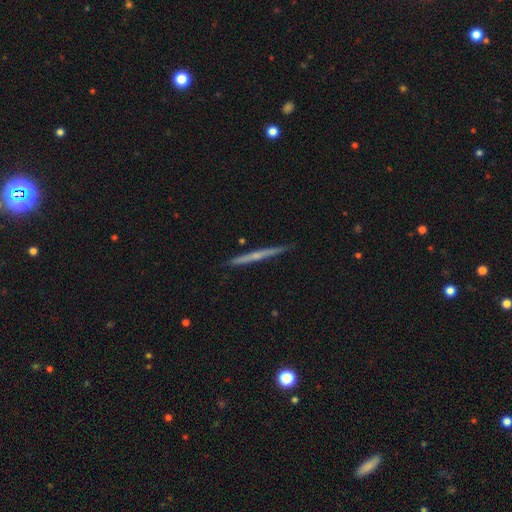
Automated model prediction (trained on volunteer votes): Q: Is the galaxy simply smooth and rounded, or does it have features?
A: featured or disk — 64%.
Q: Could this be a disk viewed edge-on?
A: yes — 98%.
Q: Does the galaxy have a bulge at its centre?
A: none — 57%.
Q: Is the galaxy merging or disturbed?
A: none — 90%.